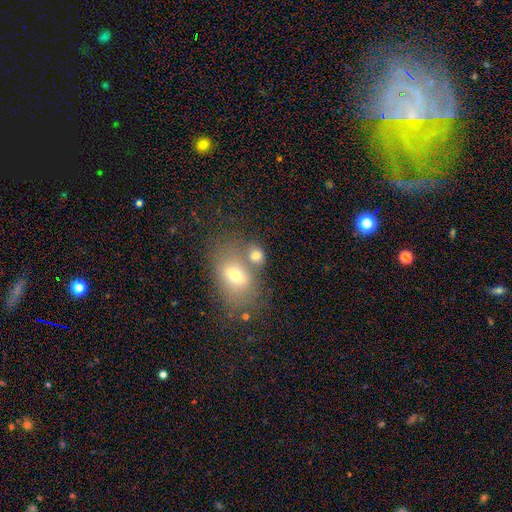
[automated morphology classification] Smooth or featured?
  - smooth: 71% *
  - featured or disk: 17%
  - star or artifact: 13%
How rounded?
  - in between: 65% *
  - round: 33%
  - cigar-shaped: 2%
Merging?
  - none: 45% *
  - merger: 37%
  - minor disturbance: 12%
  - major disturbance: 6%